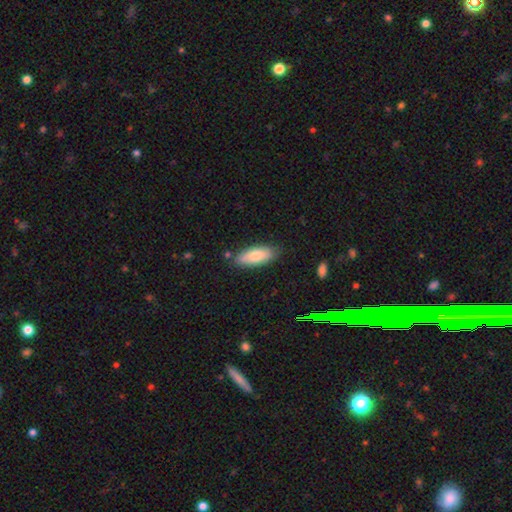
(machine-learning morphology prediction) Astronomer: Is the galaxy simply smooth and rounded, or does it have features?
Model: smooth — 76%.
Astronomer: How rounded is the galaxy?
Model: in between — 79%.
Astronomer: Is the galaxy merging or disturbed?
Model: none — 79%.